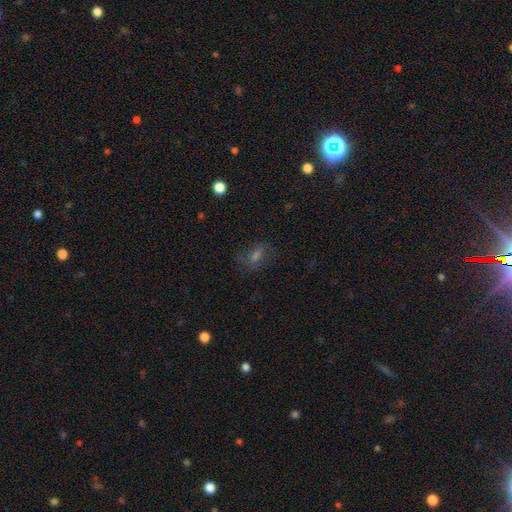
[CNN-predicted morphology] A smooth galaxy with no disk features (45%). Merging: none (71%).